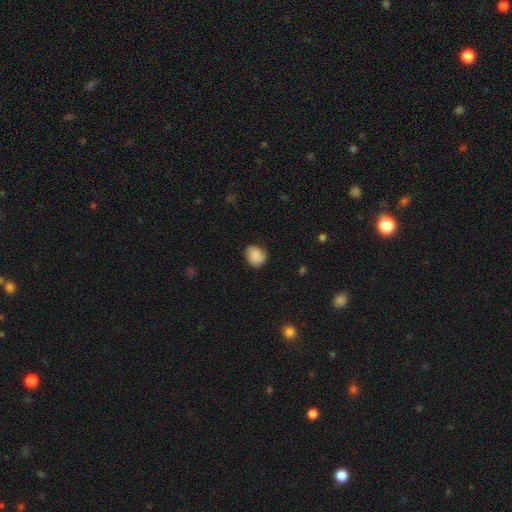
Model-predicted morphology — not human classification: The model was most divided on "how rounded": round: 62%, in between: 37%, cigar-shaped: 1%. More confident: smooth or featured — smooth (76%); merging — none (70%).